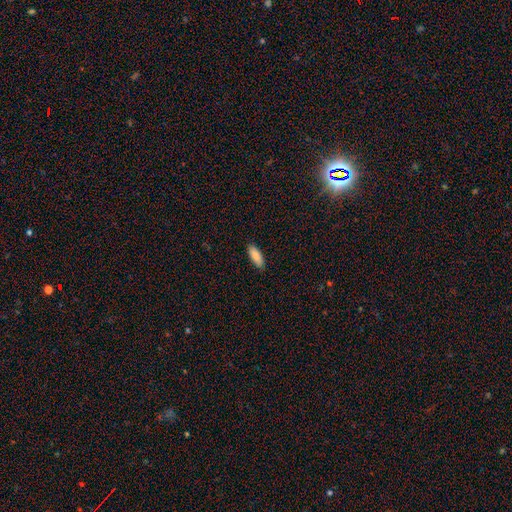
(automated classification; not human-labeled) A smooth galaxy with no disk features (88%) that is in between round and cigar-shaped (68%).

Vote fractions:
- Smooth or featured? smooth: 88% / featured or disk: 6% / star or artifact: 6%
- How rounded? in between: 68% / cigar-shaped: 30% / round: 2%
- Merging? none: 88% / minor disturbance: 9% / major disturbance: 2% / merger: 1%